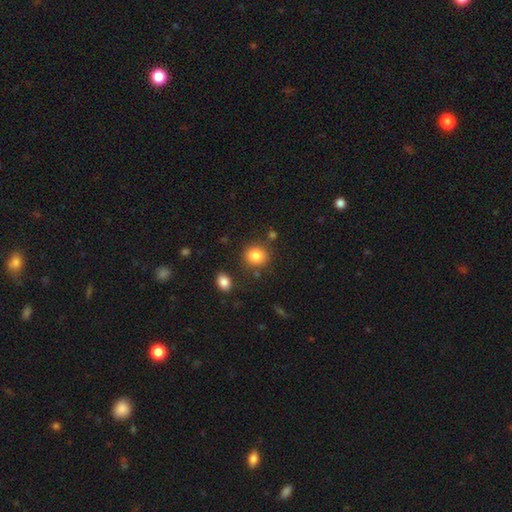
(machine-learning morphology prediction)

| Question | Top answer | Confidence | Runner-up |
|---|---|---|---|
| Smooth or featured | smooth | 84% | star or artifact (10%) |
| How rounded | round | 81% | in between (18%) |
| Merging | none | 82% | minor disturbance (9%) |